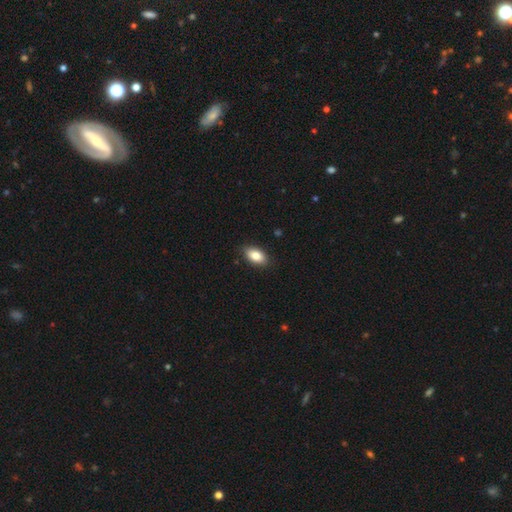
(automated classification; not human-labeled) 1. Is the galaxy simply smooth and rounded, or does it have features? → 84% smooth, 9% featured or disk, 7% star or artifact.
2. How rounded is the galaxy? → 92% in between, 5% round, 3% cigar-shaped.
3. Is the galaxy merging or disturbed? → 87% none, 10% minor disturbance, 2% major disturbance, 1% merger.